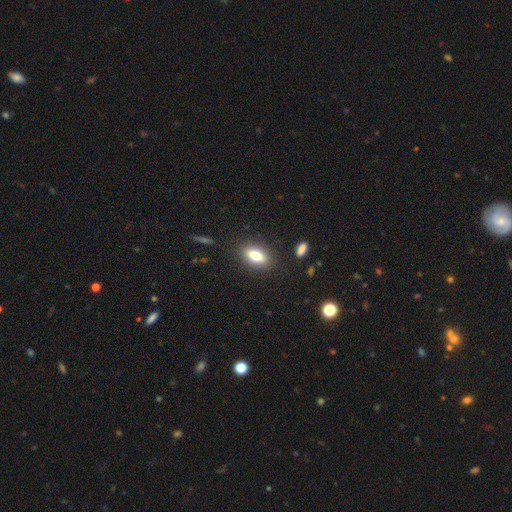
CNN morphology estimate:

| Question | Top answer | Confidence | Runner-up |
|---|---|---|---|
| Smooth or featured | smooth | 78% | featured or disk (13%) |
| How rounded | in between | 83% | cigar-shaped (10%) |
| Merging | none | 87% | minor disturbance (9%) |